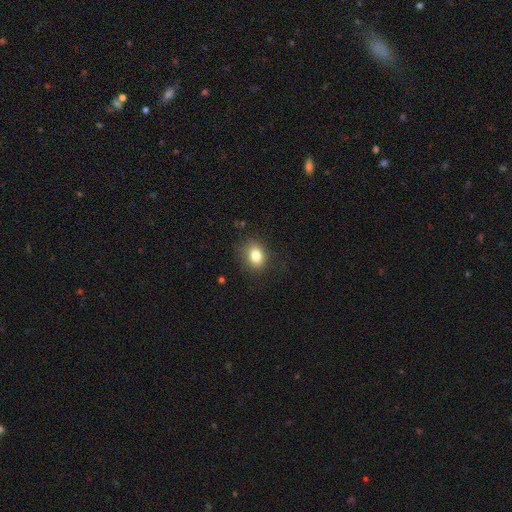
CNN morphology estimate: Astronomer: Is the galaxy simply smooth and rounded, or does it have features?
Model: smooth — 81%.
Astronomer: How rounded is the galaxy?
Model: in between — 59% (runner-up: round, 40%).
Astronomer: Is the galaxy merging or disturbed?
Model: none — 82%.